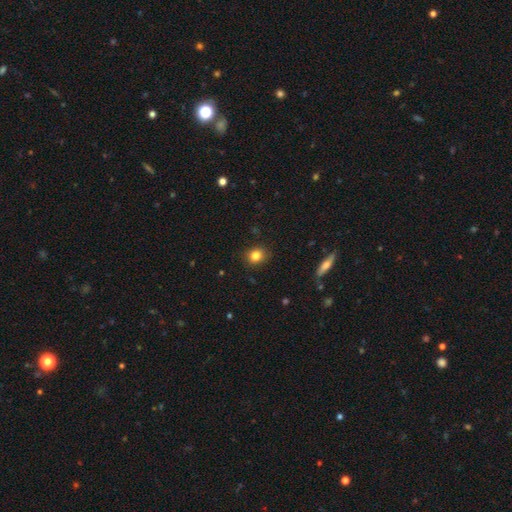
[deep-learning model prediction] Q: Smooth or featured?
A: smooth (83%); runner-up: star or artifact (11%)
Q: How rounded?
A: round (72%); runner-up: in between (27%)
Q: Merging?
A: none (88%); runner-up: minor disturbance (9%)